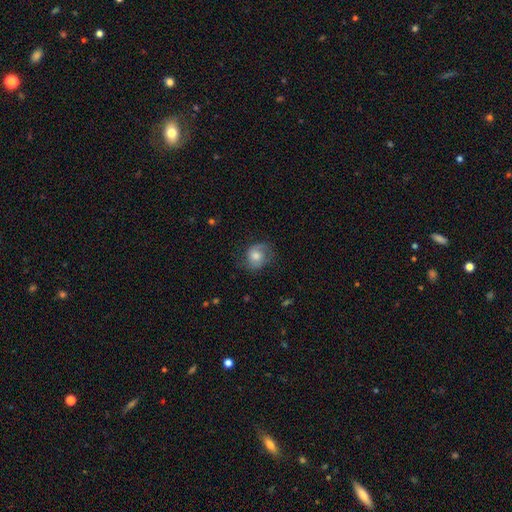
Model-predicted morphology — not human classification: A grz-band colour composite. It shows a smooth galaxy with no disk features (46%). Merging: none (64%).